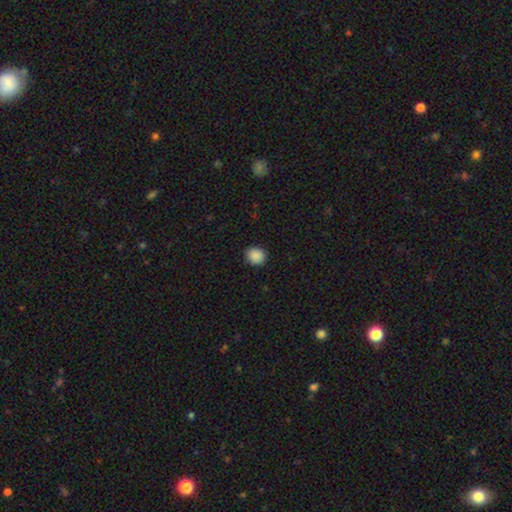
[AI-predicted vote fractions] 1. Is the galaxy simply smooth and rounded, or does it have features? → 89% smooth, 9% star or artifact, 2% featured or disk.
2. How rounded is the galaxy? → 74% round, 25% in between, 1% cigar-shaped.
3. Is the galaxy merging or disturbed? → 90% none, 7% minor disturbance, 2% major disturbance, 1% merger.